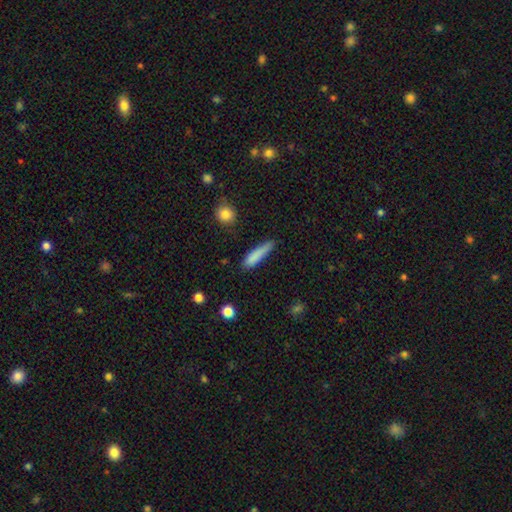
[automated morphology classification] A smooth galaxy with no disk features (83%) that is cigar-shaped (82%).

Vote fractions:
- Smooth or featured? smooth: 83% / featured or disk: 10% / star or artifact: 7%
- How rounded? cigar-shaped: 82% / in between: 16% / round: 2%
- Merging? none: 68% / minor disturbance: 23% / major disturbance: 6% / merger: 3%